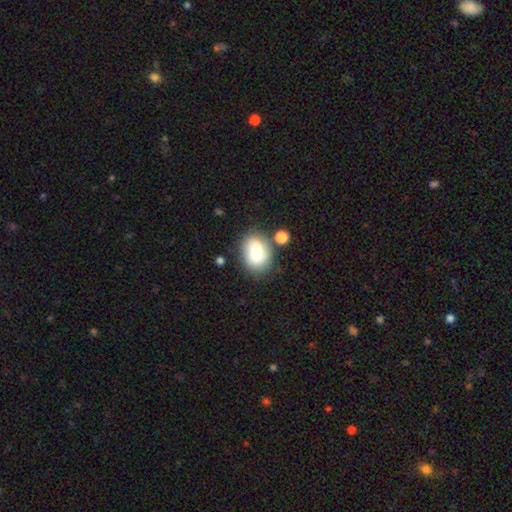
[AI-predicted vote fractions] Q: Smooth or featured?
A: smooth (70%); runner-up: featured or disk (21%)
Q: How rounded?
A: in between (65%); runner-up: round (34%)
Q: Merging?
A: none (69%); runner-up: minor disturbance (17%)